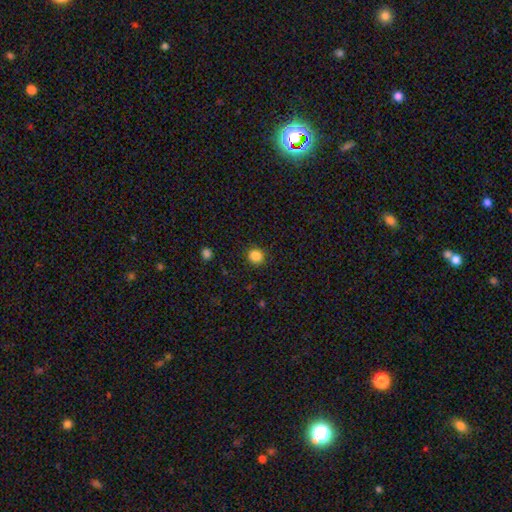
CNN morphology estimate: This is clearly a smooth galaxy (86%). How rounded: clearly round (86%). Merging: clearly none (90%).